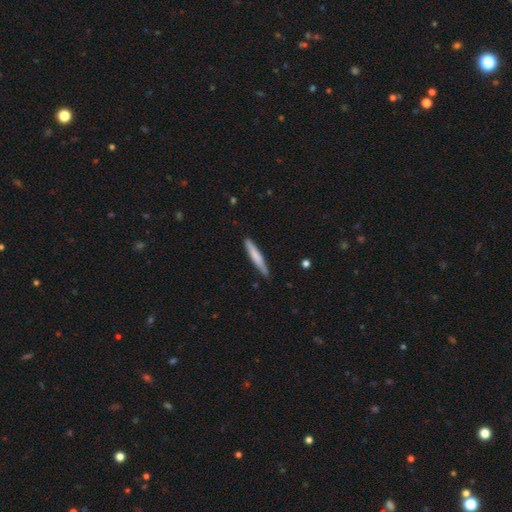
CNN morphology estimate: smooth-or-featured: smooth: 70% | featured or disk: 24% | star or artifact: 5%
  how-rounded: cigar-shaped: 94% | in between: 5% | round: 1%
  merging: none: 85% | minor disturbance: 12% | major disturbance: 2% | merger: 1%